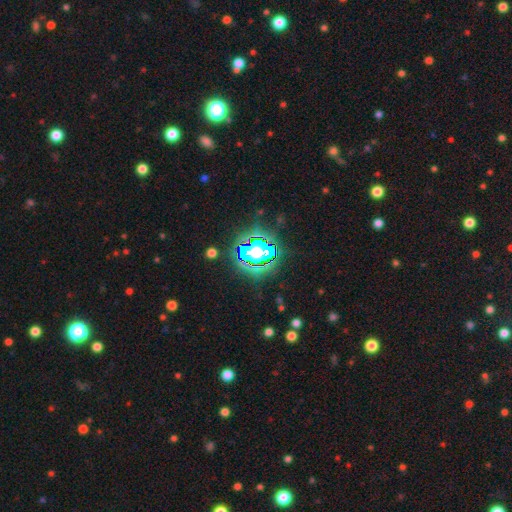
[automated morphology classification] Overall: star or artifact (74%).